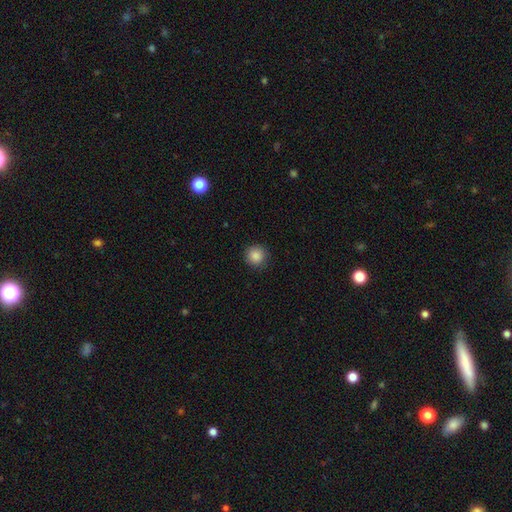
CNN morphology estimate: A smooth galaxy with no disk features (87%) that is round (95%).

Vote fractions:
- Smooth or featured? smooth: 87% / star or artifact: 10% / featured or disk: 4%
- How rounded? round: 95% / in between: 4% / cigar-shaped: 1%
- Merging? none: 89% / minor disturbance: 8% / major disturbance: 2% / merger: 1%